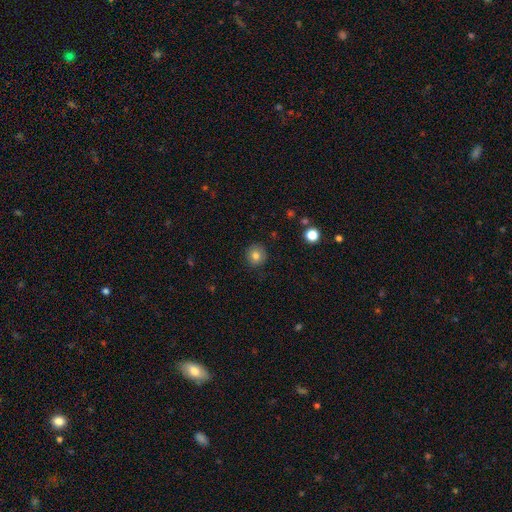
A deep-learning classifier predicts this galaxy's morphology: Smooth or featured? smooth (81%)
How rounded? round (91%)
Merging? none (89%)